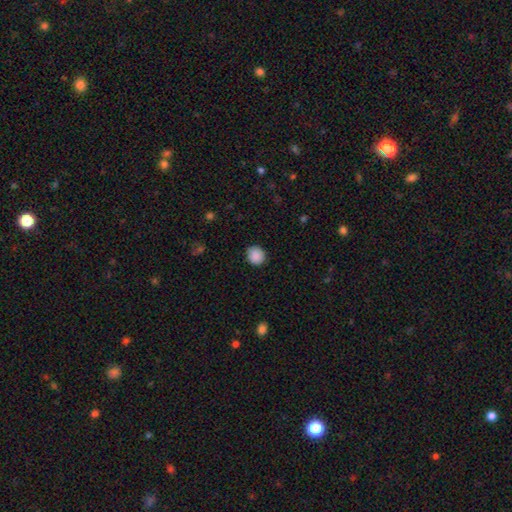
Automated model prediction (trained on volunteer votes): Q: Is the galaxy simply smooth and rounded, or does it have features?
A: smooth — 89%.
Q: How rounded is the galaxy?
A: round — 85%.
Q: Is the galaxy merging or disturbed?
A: none — 88%.